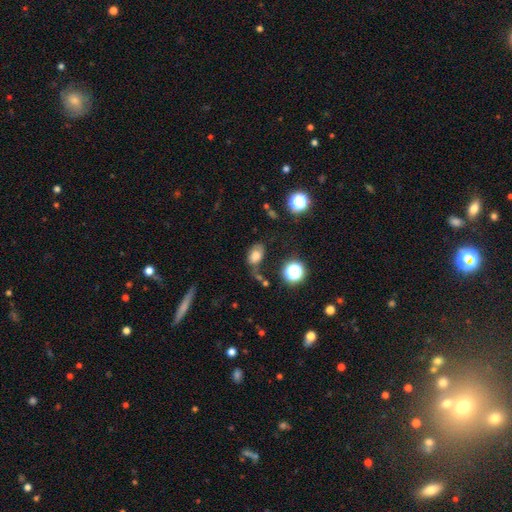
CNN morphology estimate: A smooth galaxy with no disk features (70%) that is in between round and cigar-shaped (82%).

Vote fractions:
- Smooth or featured? smooth: 70% / featured or disk: 16% / star or artifact: 15%
- How rounded? in between: 82% / round: 17% / cigar-shaped: 2%
- Merging? none: 48% / minor disturbance: 28% / major disturbance: 15% / merger: 10%